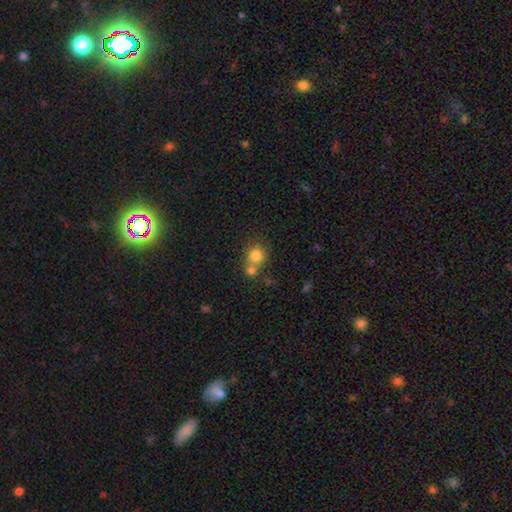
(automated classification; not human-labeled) A smooth galaxy with no disk features (79%) that is round (82%).

Vote fractions:
- Smooth or featured? smooth: 79% / star or artifact: 11% / featured or disk: 10%
- How rounded? round: 82% / in between: 17% / cigar-shaped: 1%
- Merging? merger: 46% / none: 42% / minor disturbance: 8% / major disturbance: 3%